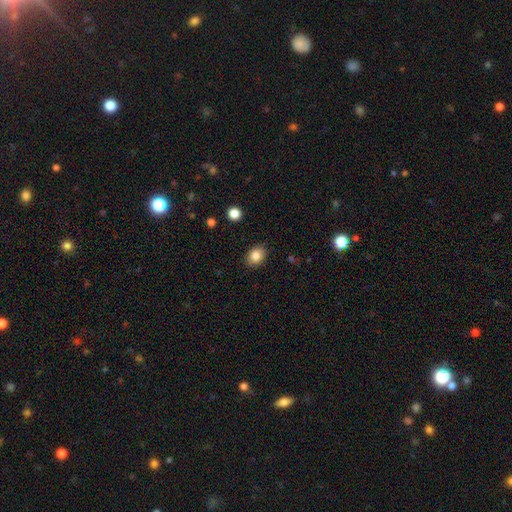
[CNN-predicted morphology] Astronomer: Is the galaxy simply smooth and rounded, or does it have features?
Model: smooth — 85%.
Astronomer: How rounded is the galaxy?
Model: in between — 63%.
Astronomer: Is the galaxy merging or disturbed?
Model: none — 87%.